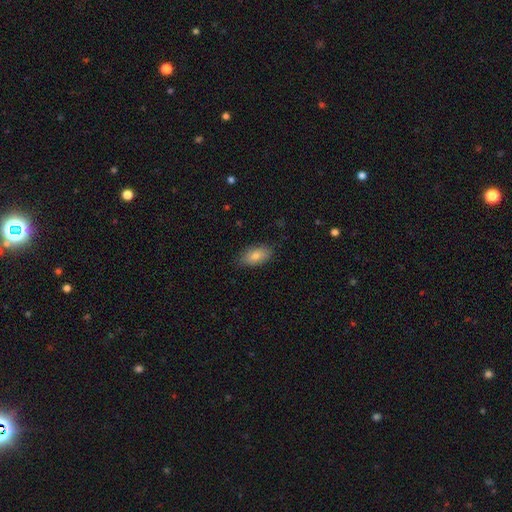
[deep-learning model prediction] Smooth or featured? smooth (79%)
How rounded? in between (90%)
Merging? none (83%)